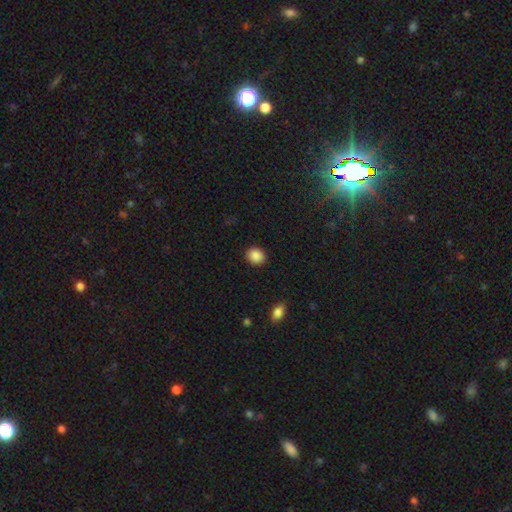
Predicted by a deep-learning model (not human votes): Morphology: type=smooth (89%); roundness=round (71%); merging=none (90%).